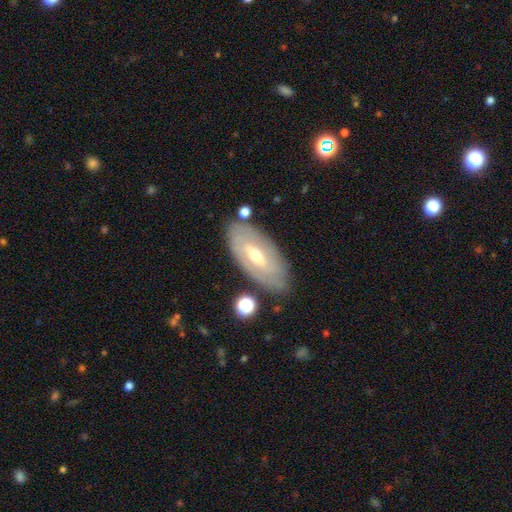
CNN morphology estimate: This appears to be a featured or disk galaxy (71%) with a weak bar (47%), spiral arms (70%) and a moderate central bulge (59%). Merging: none (78%).